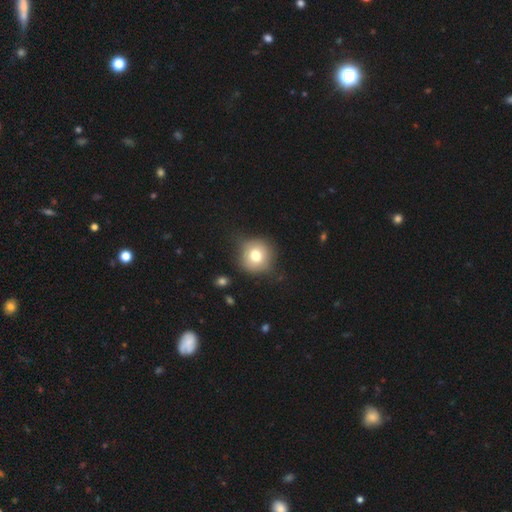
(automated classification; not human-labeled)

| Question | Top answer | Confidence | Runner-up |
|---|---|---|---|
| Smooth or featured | smooth | 74% | featured or disk (15%) |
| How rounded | round | 92% | in between (7%) |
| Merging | none | 77% | minor disturbance (16%) |